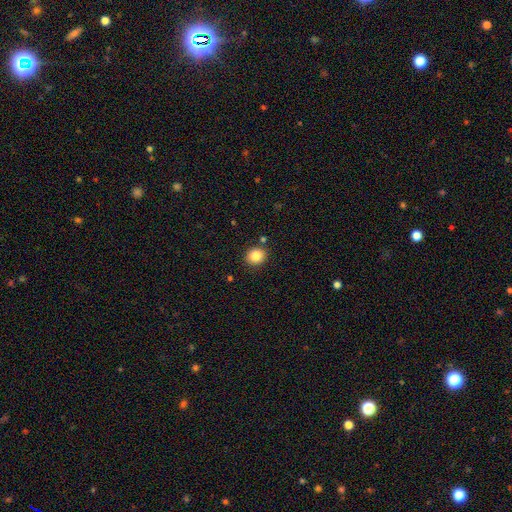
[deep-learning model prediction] Q: Smooth or featured?
A: smooth (84%); runner-up: star or artifact (10%)
Q: How rounded?
A: round (75%); runner-up: in between (25%)
Q: Merging?
A: none (86%); runner-up: minor disturbance (8%)